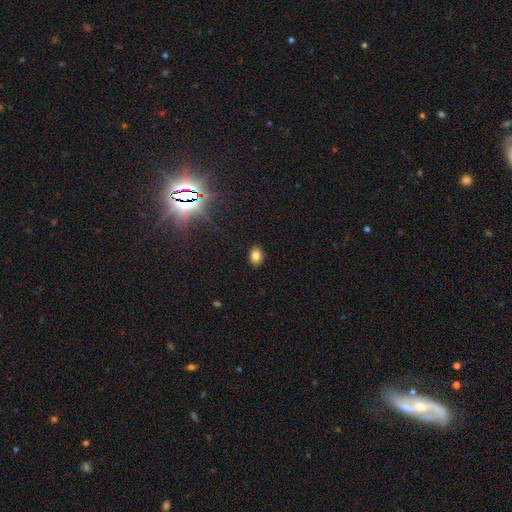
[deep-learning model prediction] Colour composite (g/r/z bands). It shows a smooth galaxy with no disk features (81%) that is in between round and cigar-shaped (74%). Merging: none (89%).